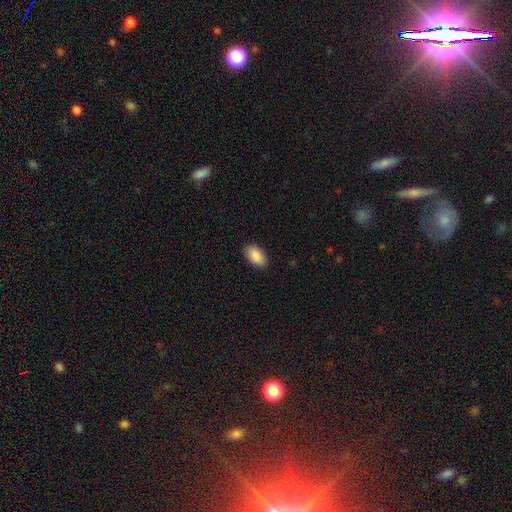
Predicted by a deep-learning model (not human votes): Morphology: type=smooth (89%); roundness=in between (93%); merging=none (88%).